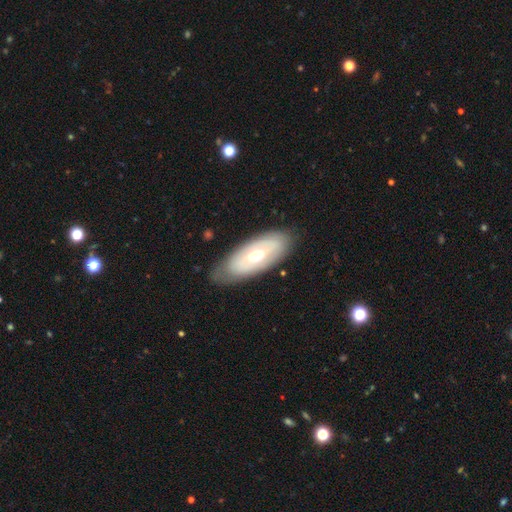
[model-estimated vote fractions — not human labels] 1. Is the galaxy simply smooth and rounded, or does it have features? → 52% featured or disk, 42% smooth, 6% star or artifact.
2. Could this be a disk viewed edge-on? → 82% no, 18% yes.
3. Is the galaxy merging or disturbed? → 79% none, 15% minor disturbance, 4% major disturbance, 1% merger.